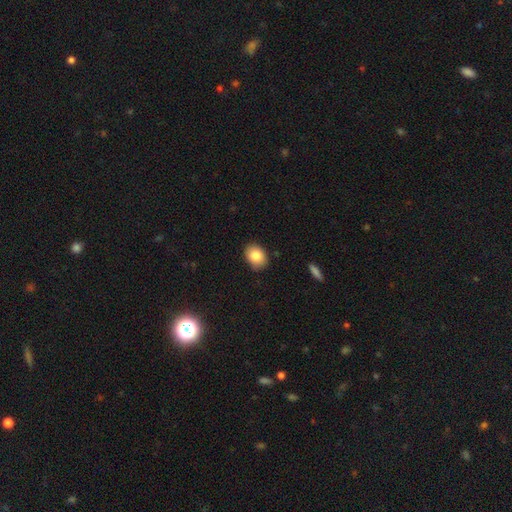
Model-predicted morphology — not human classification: Q: Smooth or featured?
A: smooth (85%); runner-up: star or artifact (8%)
Q: How rounded?
A: in between (65%); runner-up: round (34%)
Q: Merging?
A: none (86%); runner-up: minor disturbance (11%)